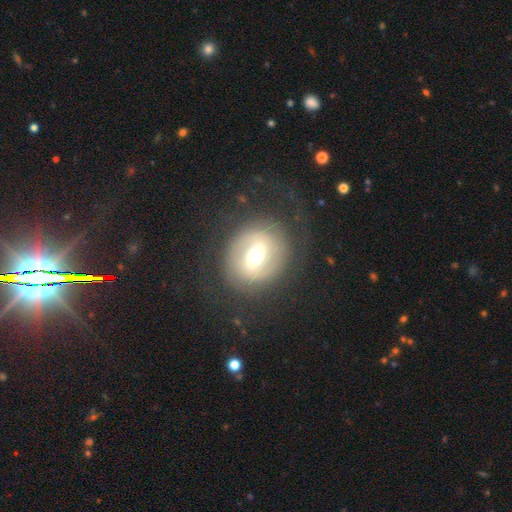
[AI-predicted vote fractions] Smooth or featured?
  - featured or disk: 70% *
  - smooth: 23%
  - star or artifact: 7%
Edge-on disk?
  - no: 95% *
  - yes: 5%
Bar?
  - strong: 47% *
  - weak: 40%
  - no: 13%
Spiral arms?
  - yes: 68% *
  - no: 32%
Bulge size?
  - moderate: 66% *
  - large: 16%
  - small: 14%
  - dominant: 2%
  - none: 1%
Merging?
  - none: 75% *
  - minor disturbance: 13%
  - major disturbance: 11%
  - merger: 1%